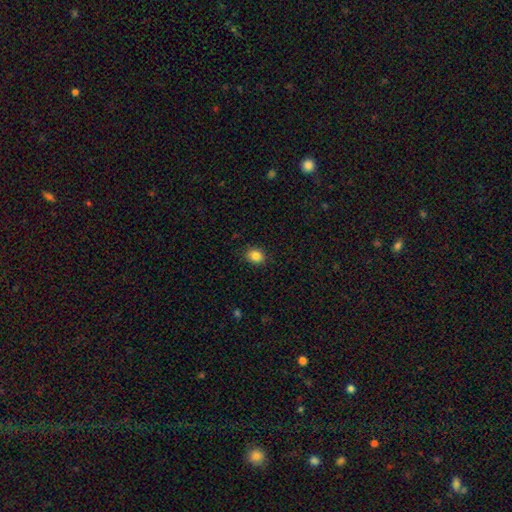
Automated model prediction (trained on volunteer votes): This appears to be a smooth galaxy with no disk features (86%) that is round (58%). Merging: none (88%).